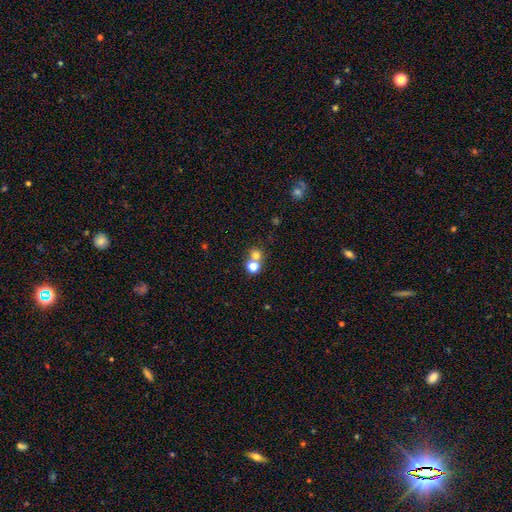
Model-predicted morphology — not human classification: This is likely a smooth galaxy (72%). How rounded: clearly round (86%). Merging: possibly none (51%).